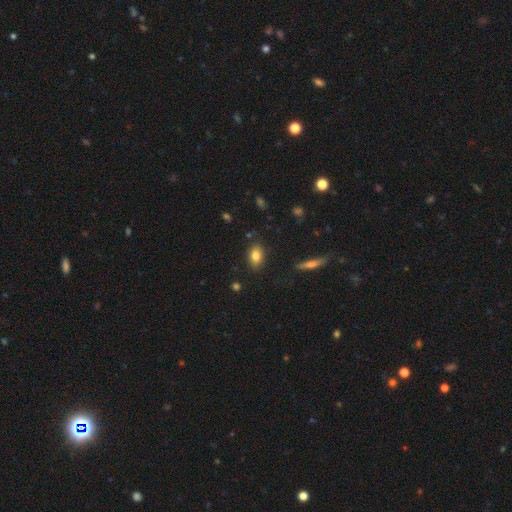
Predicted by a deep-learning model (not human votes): smooth_or_featured: smooth (p=0.82) [alt: featured or disk p=0.10]
how_rounded: in between (p=0.86) [alt: round p=0.10]
merging: none (p=0.85) [alt: minor disturbance p=0.11]